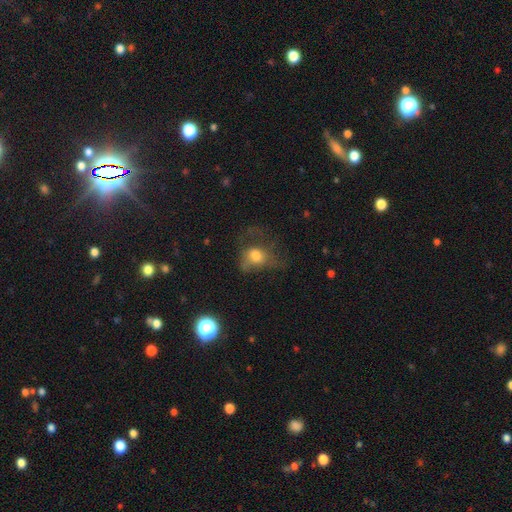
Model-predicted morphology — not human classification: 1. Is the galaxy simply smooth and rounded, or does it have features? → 59% smooth, 27% featured or disk, 13% star or artifact.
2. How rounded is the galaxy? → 53% in between, 45% round, 2% cigar-shaped.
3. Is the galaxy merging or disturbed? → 48% major disturbance, 29% none, 20% minor disturbance, 3% merger.